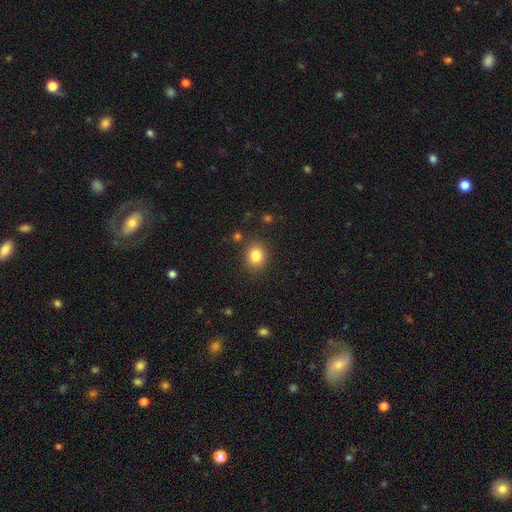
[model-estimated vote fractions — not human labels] A smooth galaxy with no disk features (83%) that is round (68%).

Vote fractions:
- Smooth or featured? smooth: 83% / star or artifact: 11% / featured or disk: 6%
- How rounded? round: 68% / in between: 31% / cigar-shaped: 1%
- Merging? none: 86% / minor disturbance: 9% / major disturbance: 3% / merger: 3%